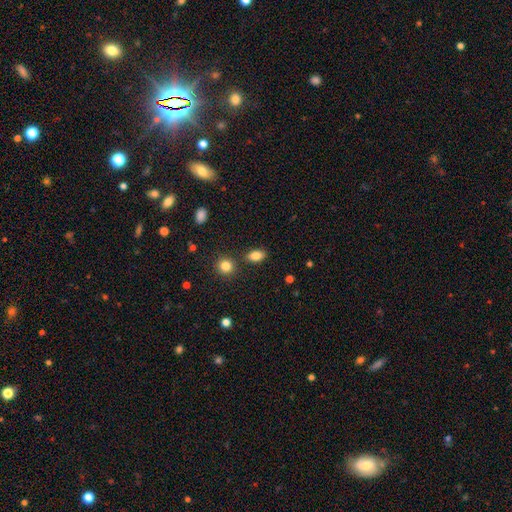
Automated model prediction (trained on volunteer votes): This is clearly a smooth galaxy (84%). How rounded: clearly in between (85%). Merging: clearly none (82%).